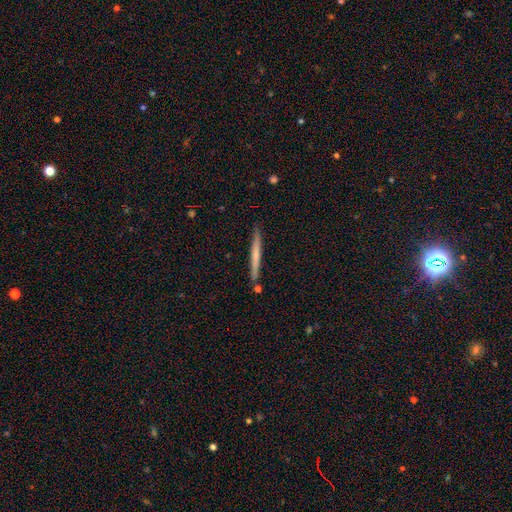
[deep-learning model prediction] This appears to be a smooth galaxy with no disk features (51%) that is cigar-shaped (97%). Merging: none (86%).